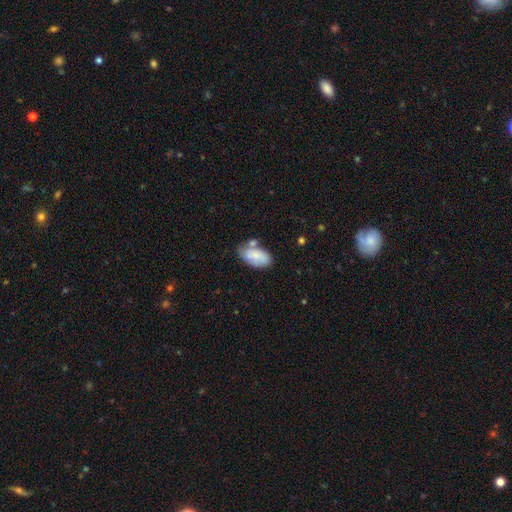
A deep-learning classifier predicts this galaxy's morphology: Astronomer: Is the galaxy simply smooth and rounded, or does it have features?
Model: smooth — 71%.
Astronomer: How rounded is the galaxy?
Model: in between — 93%.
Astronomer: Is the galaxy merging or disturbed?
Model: none — 49% (runner-up: minor disturbance, 24%).